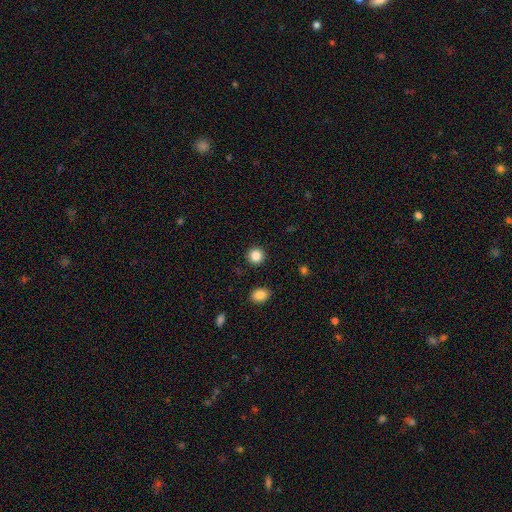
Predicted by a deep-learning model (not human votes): Smooth or featured? smooth (86%)
How rounded? round (92%)
Merging? none (91%)